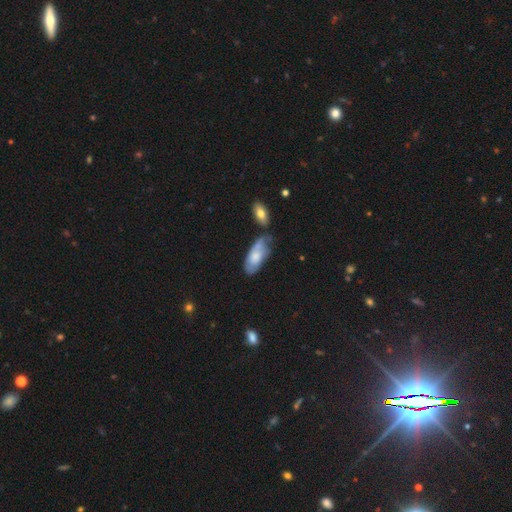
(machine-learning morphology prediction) smooth 59%, featured or disk 35%, star or artifact 7%. Down the decision tree: how rounded — in between (85%); merging — none (46%).